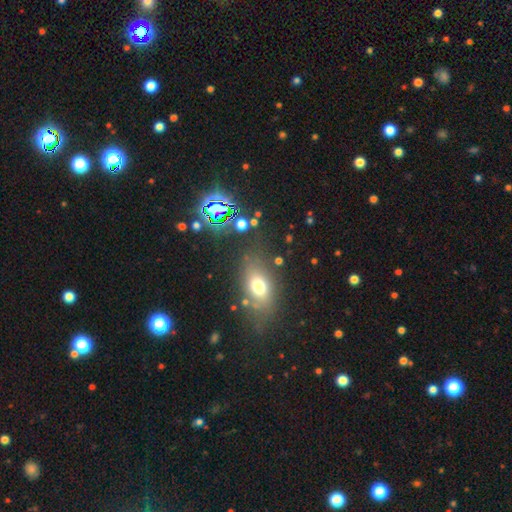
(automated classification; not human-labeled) Q: Smooth or featured?
A: smooth (49%); runner-up: star or artifact (34%)
Q: Merging?
A: none (80%); runner-up: minor disturbance (11%)